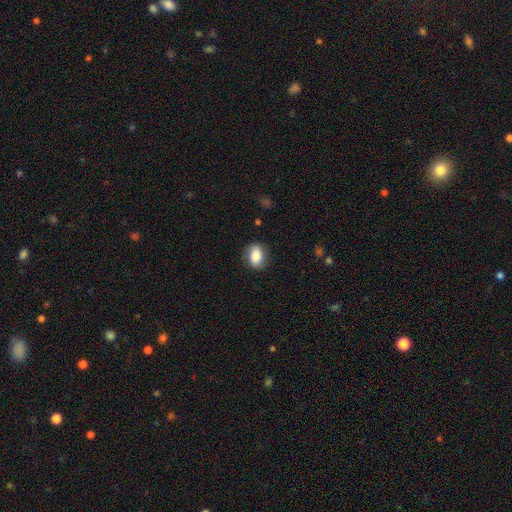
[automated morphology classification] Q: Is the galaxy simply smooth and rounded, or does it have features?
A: smooth — 76%.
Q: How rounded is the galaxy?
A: in between — 73%.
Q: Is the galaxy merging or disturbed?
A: none — 81%.